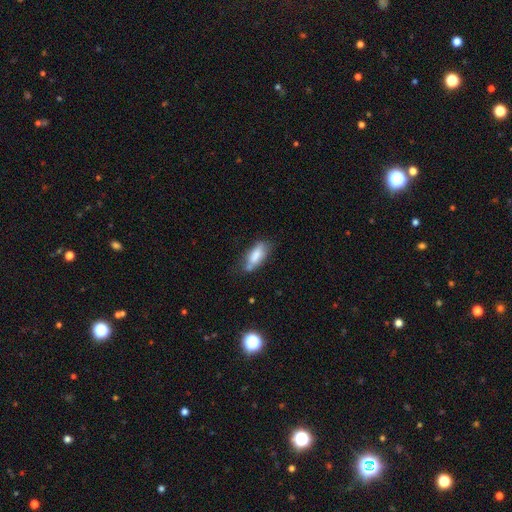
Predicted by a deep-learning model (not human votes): smooth_or_featured: smooth (p=0.76) [alt: featured or disk p=0.17]
how_rounded: in between (p=0.73) [alt: cigar-shaped p=0.25]
merging: none (p=0.54) [alt: minor disturbance p=0.29]